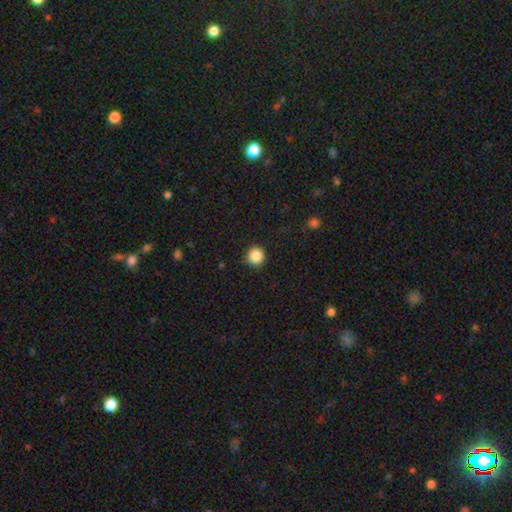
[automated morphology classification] A smooth galaxy with no disk features (87%) that is round (95%). Merging: none (91%).